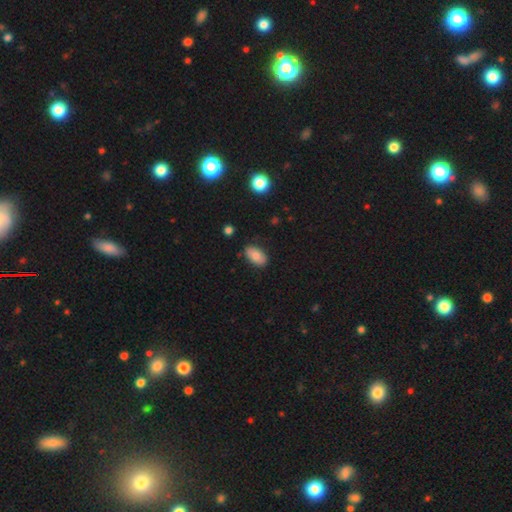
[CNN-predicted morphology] Smooth or featured? smooth (81%)
How rounded? in between (93%)
Merging? none (83%)